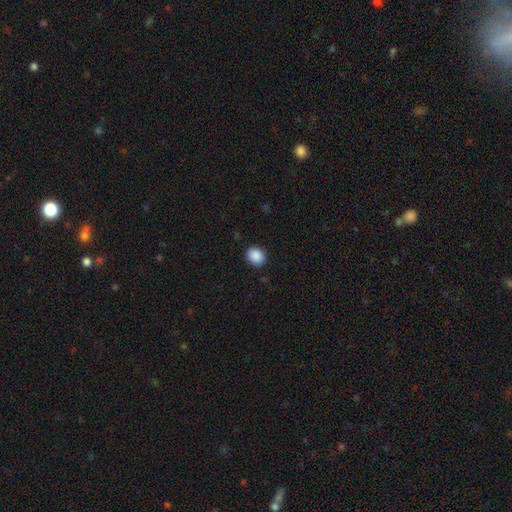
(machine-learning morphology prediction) Overall: smooth (89%). How rounded: round (66%; in between 33%). Merging: none (90%).